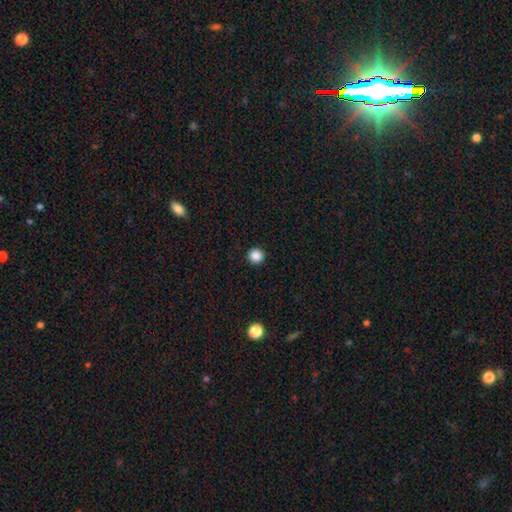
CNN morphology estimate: smooth_or_featured: smooth (p=0.87) [alt: star or artifact p=0.10]
how_rounded: round (p=0.95) [alt: in between p=0.04]
merging: none (p=0.93) [alt: minor disturbance p=0.04]